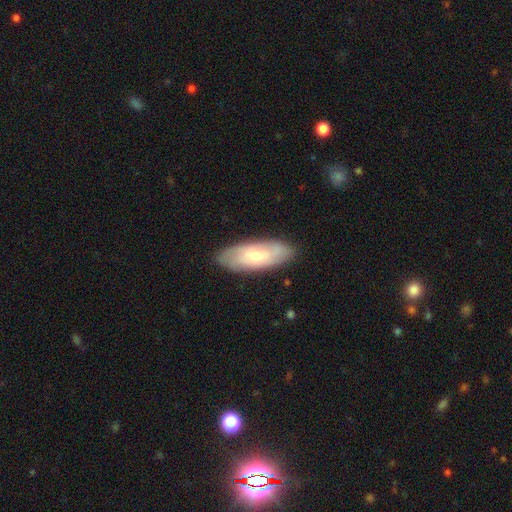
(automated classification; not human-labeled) smooth 51%, featured or disk 43%, star or artifact 6%. Down the decision tree: how rounded — in between (74%); merging — none (84%).